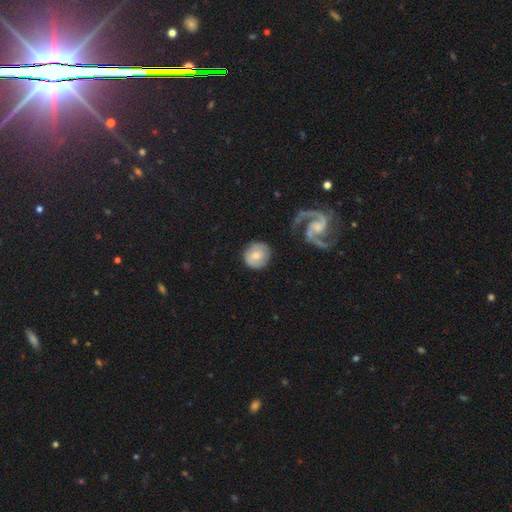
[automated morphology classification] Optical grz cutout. It shows a smooth galaxy with no disk features (55%) that is round (88%). Merging: none (81%).